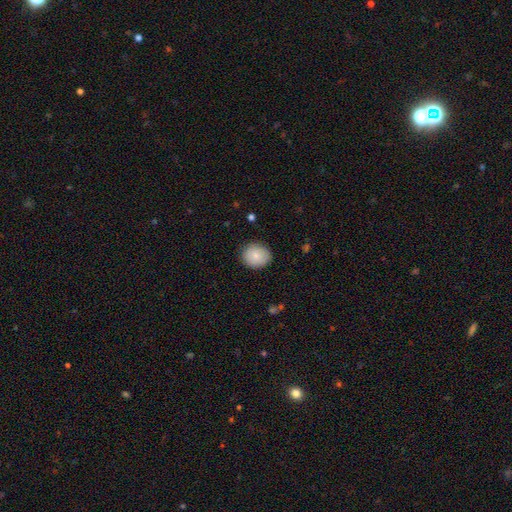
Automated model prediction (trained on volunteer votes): This is clearly a smooth galaxy (83%). How rounded: likely round (70%). Merging: clearly none (85%).